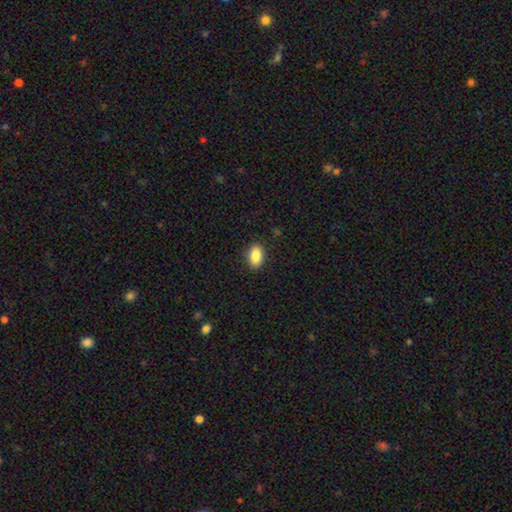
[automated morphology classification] A smooth galaxy with no disk features (88%) that is in between round and cigar-shaped (90%).

Vote fractions:
- Smooth or featured? smooth: 88% / star or artifact: 8% / featured or disk: 5%
- How rounded? in between: 90% / round: 8% / cigar-shaped: 2%
- Merging? none: 88% / minor disturbance: 9% / major disturbance: 2% / merger: 1%